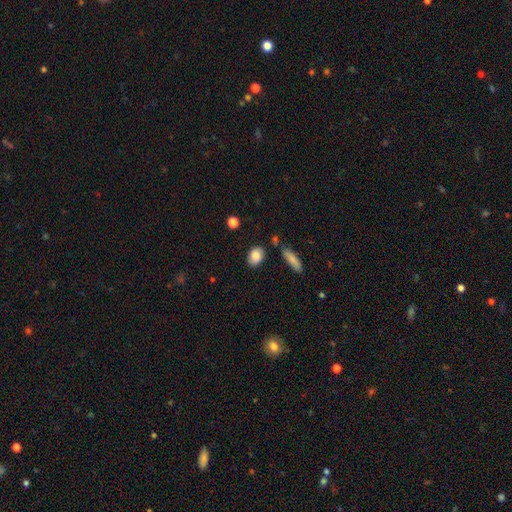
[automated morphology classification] The model was most divided on "merging": none: 75%, minor disturbance: 16%, merger: 5%, major disturbance: 4%. More confident: smooth or featured — smooth (85%); how rounded — in between (81%).